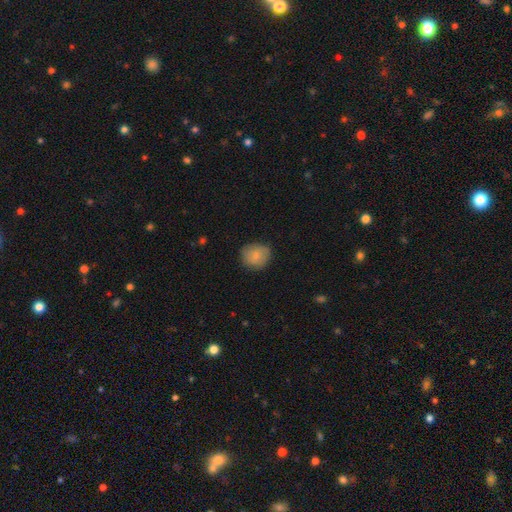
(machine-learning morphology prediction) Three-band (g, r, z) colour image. It shows a smooth galaxy with no disk features (82%) that is round (79%). Merging: none (78%).